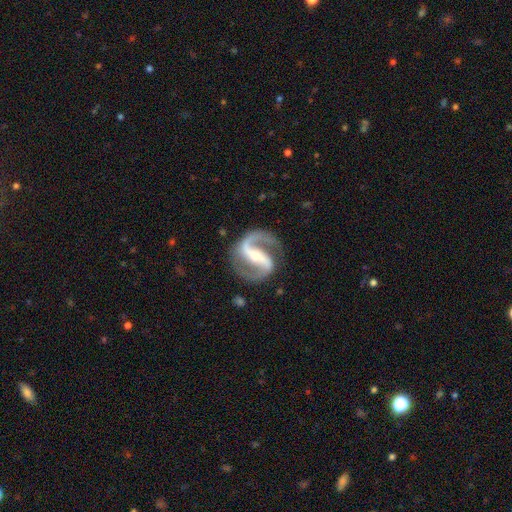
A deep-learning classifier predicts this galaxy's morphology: Smooth or featured: featured or disk — 93% (star or artifact — 4%)
Edge-on disk: no — 98% (yes — 2%)
Bar: strong — 66% (weak — 22%)
Spiral arms: yes — 98% (no — 2%)
Spiral winding: medium — 60% (tight — 22%)
Spiral arm count: 2 — 94% (1 — 1%)
Bulge size: small — 52% (moderate — 43%)
Merging: none — 85% (minor disturbance — 10%)